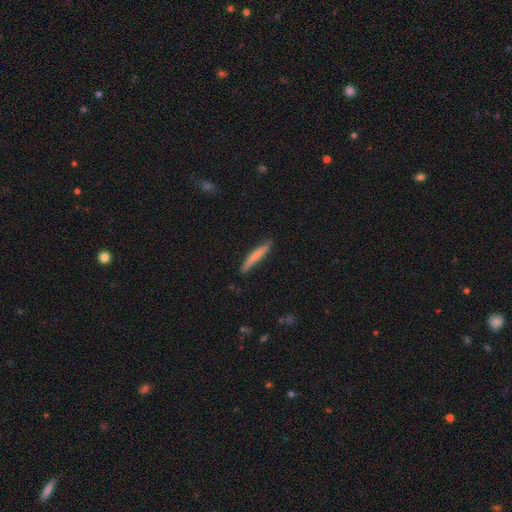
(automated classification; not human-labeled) Q: Smooth or featured?
A: smooth (72%); runner-up: featured or disk (23%)
Q: How rounded?
A: cigar-shaped (94%); runner-up: in between (4%)
Q: Merging?
A: none (81%); runner-up: minor disturbance (15%)